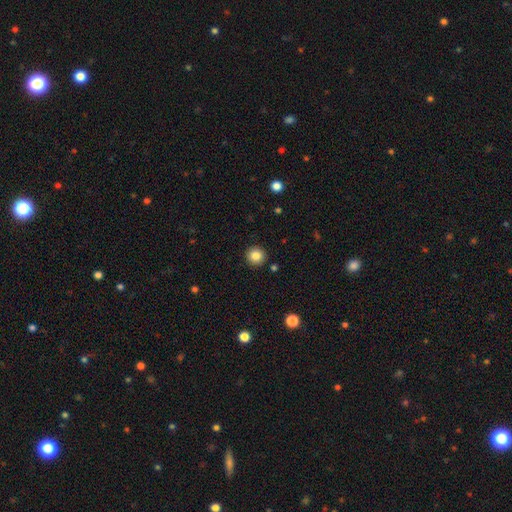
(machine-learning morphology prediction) Overall: smooth (83%). How rounded: round (94%). Merging: none (92%).